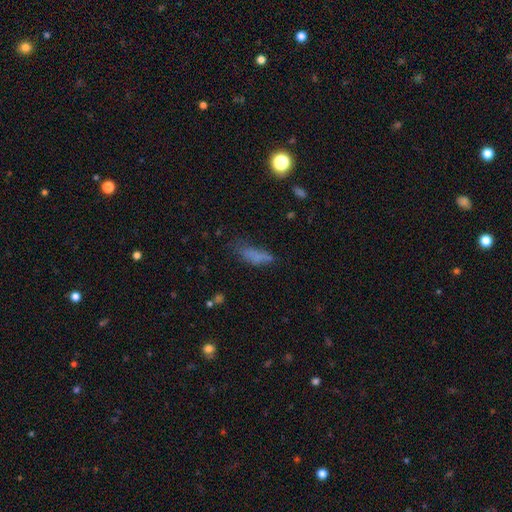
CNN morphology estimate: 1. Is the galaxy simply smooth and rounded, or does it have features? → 67% smooth, 18% featured or disk, 16% star or artifact.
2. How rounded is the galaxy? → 60% in between, 37% cigar-shaped, 4% round.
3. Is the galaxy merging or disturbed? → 41% none, 29% minor disturbance, 25% major disturbance, 6% merger.